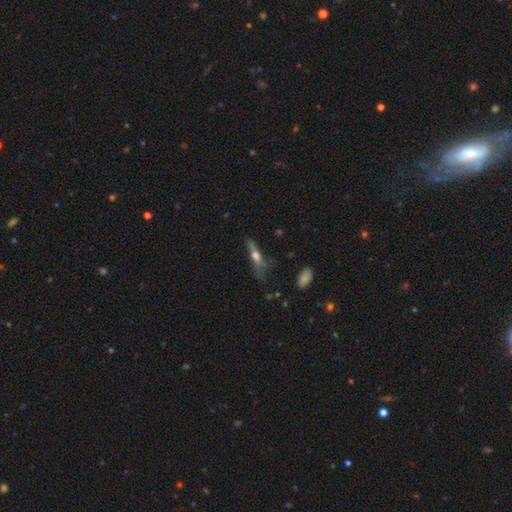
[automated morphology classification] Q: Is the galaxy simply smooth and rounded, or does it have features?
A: featured or disk — 52%.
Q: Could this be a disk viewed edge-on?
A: yes — 82%.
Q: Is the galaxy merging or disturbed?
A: none — 50%.